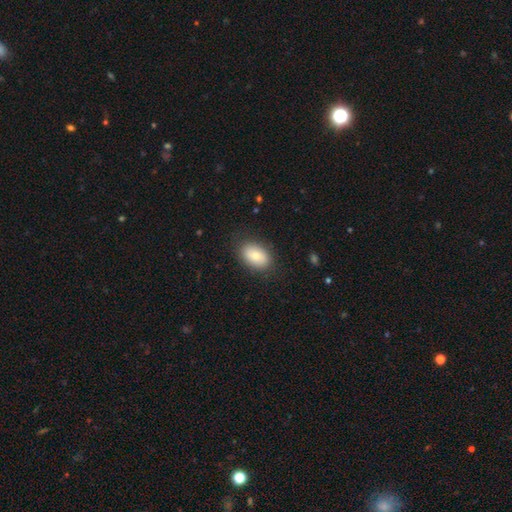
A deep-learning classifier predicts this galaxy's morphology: smooth 76%, featured or disk 16%, star or artifact 8%. Down the decision tree: how rounded — in between (85%); merging — none (84%).